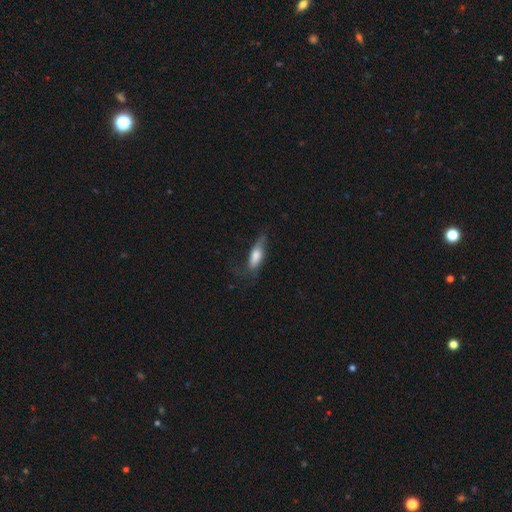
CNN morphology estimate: A smooth galaxy with no disk features (69%) that is in between round and cigar-shaped (58%). Merging: none (49%).